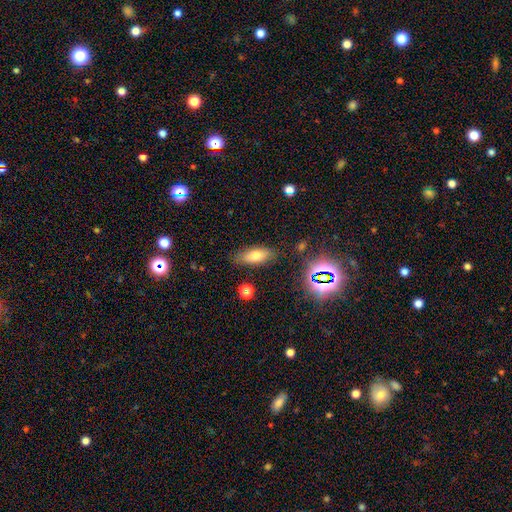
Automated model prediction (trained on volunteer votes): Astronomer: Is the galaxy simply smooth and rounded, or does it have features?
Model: smooth — 71%.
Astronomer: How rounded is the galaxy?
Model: in between — 75%.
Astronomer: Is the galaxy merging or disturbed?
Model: none — 81%.